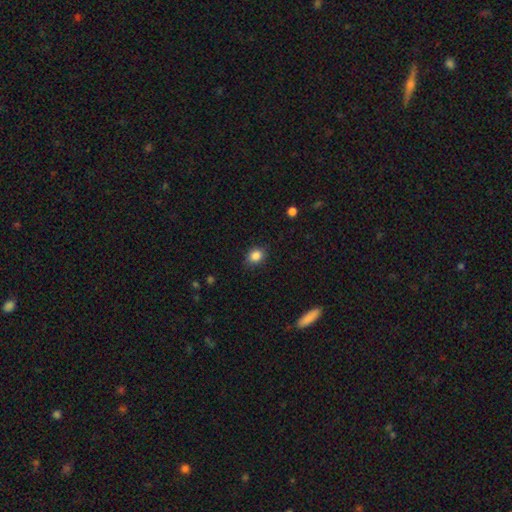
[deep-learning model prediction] Morphology: type=smooth (86%); roundness=round (53%); merging=none (83%).